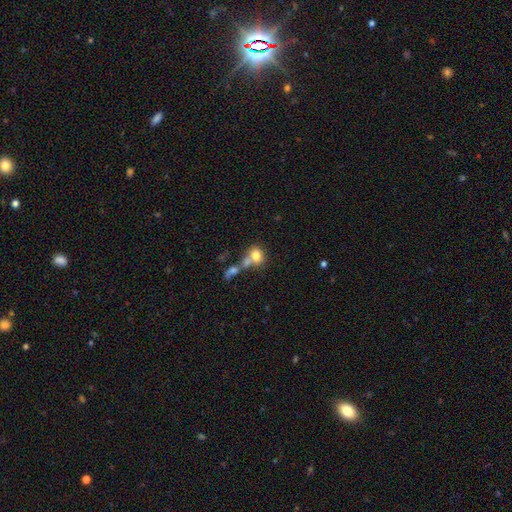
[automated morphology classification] This appears to be a smooth galaxy with no disk features (76%) that is in between round and cigar-shaped (50%). Merging: merger (50%).